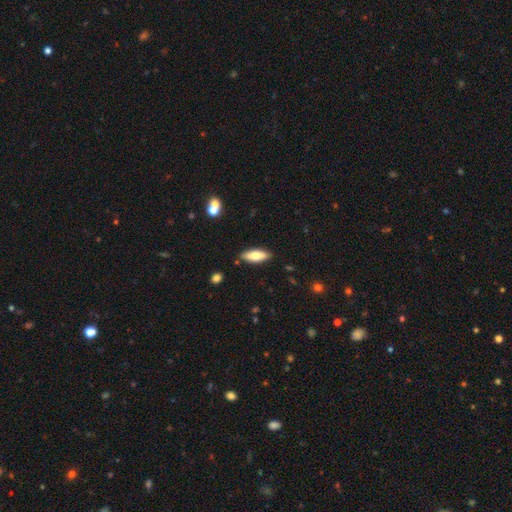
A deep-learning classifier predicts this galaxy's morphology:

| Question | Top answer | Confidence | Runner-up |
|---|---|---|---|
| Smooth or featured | smooth | 69% | featured or disk (25%) |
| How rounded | in between | 64% | cigar-shaped (34%) |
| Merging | none | 86% | minor disturbance (10%) |